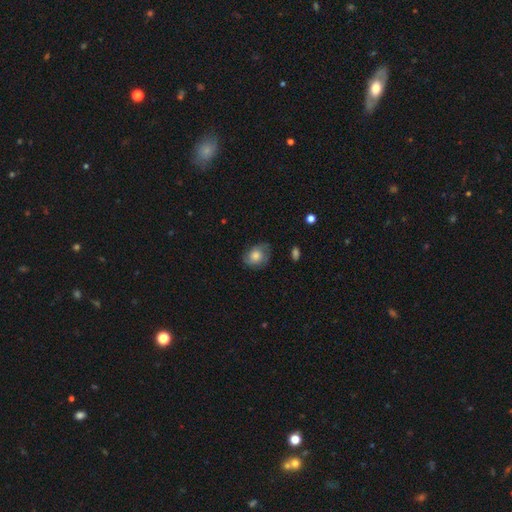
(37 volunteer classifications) smooth-or-featured: smooth: 65% | featured or disk: 32% | star or artifact: 3%
  how-rounded: round: 54% | in between: 46% | cigar-shaped: 0%
  merging: none: 56% | minor disturbance: 33% | major disturbance: 11% | merger: 0%